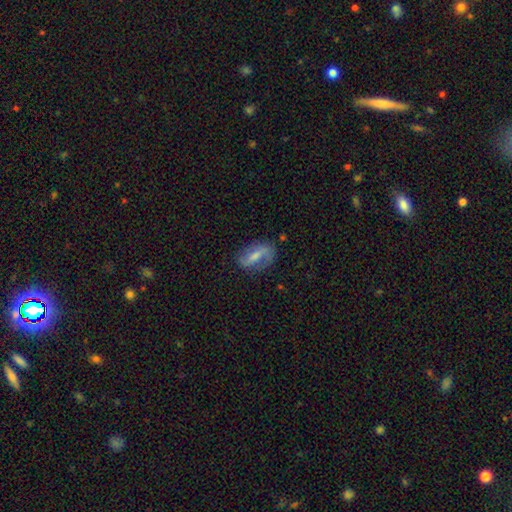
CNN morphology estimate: Q: Smooth or featured?
A: featured or disk (58%); runner-up: smooth (34%)
Q: Edge-on disk?
A: no (91%); runner-up: yes (9%)
Q: Bar?
A: strong (41%); runner-up: weak (39%)
Q: Spiral arms?
A: yes (77%); runner-up: no (23%)
Q: Bulge size?
A: moderate (42%); runner-up: small (38%)
Q: Merging?
A: none (66%); runner-up: minor disturbance (22%)